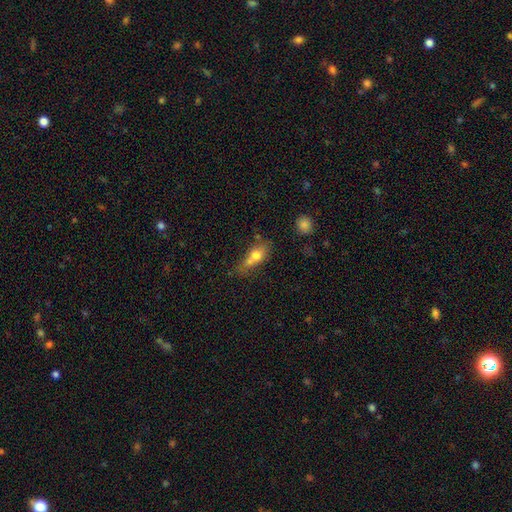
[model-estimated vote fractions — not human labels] smooth 70%, featured or disk 21%, star or artifact 10%. Down the decision tree: how rounded — in between (62%); merging — merger (45%).